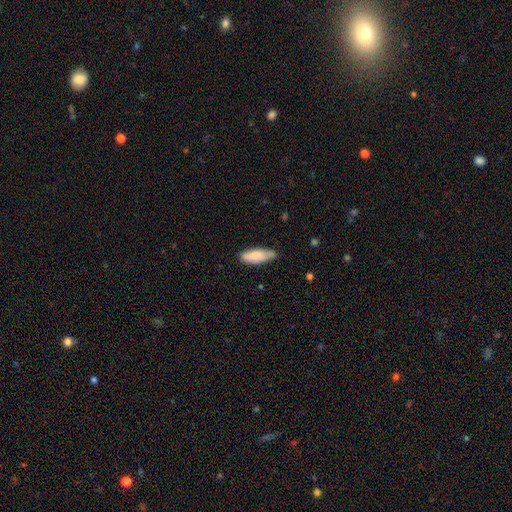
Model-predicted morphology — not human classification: This appears to be a smooth galaxy with no disk features (84%) that is in between round and cigar-shaped (68%). Merging: none (66%).